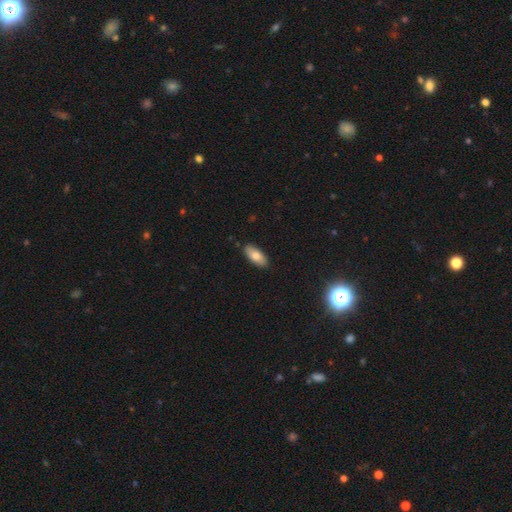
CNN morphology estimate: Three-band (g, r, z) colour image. It shows a smooth galaxy with no disk features (79%) that is in between round and cigar-shaped (88%). Merging: none (87%).